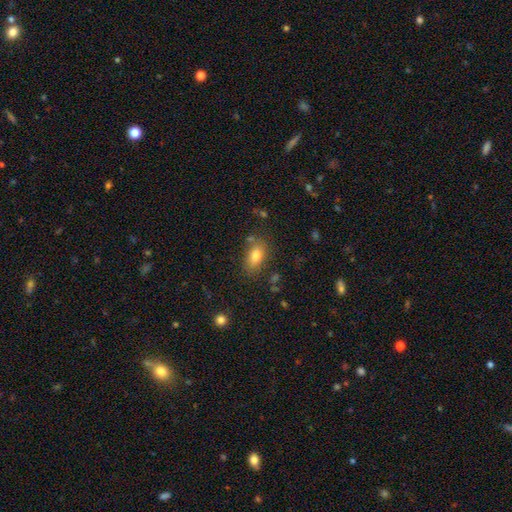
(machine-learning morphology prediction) This is likely a smooth galaxy (79%). How rounded: clearly in between (87%). Merging: likely none (77%).